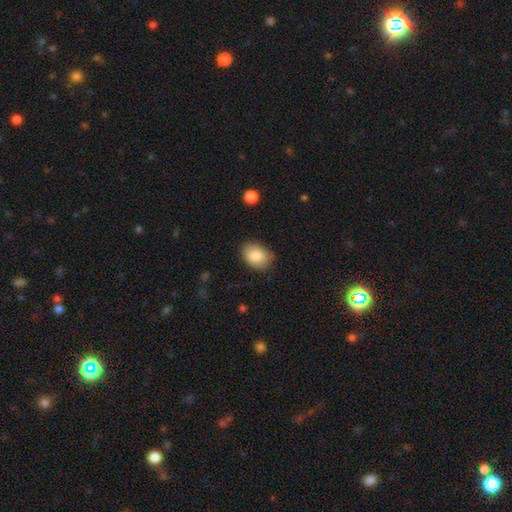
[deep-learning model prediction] The model was most divided on "how rounded": in between: 74%, round: 25%, cigar-shaped: 1%. More confident: smooth or featured — smooth (86%); merging — none (81%).